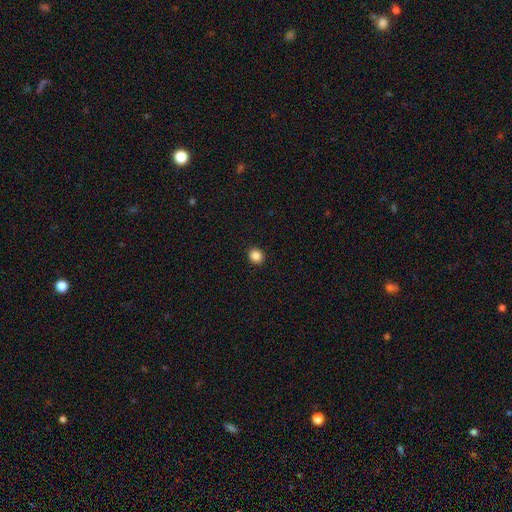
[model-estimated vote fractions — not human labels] Overall: smooth (86%). How rounded: round (86%). Merging: none (93%).